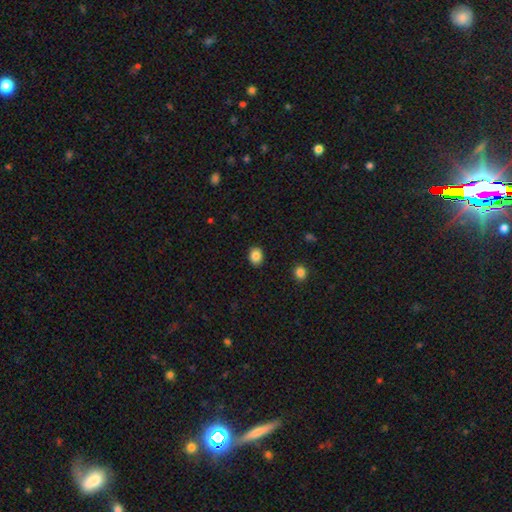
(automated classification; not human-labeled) smooth_or_featured: smooth (p=0.86) [alt: star or artifact p=0.09]
how_rounded: in between (p=0.51) [alt: round p=0.48]
merging: none (p=0.90) [alt: minor disturbance p=0.07]